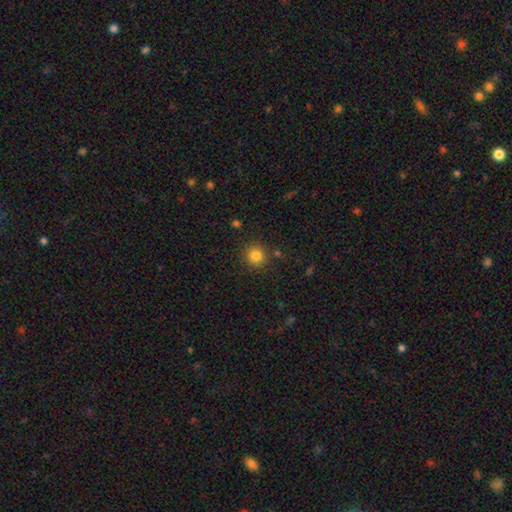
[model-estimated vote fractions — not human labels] A smooth galaxy with no disk features (83%) that is round (92%). Merging: none (87%).